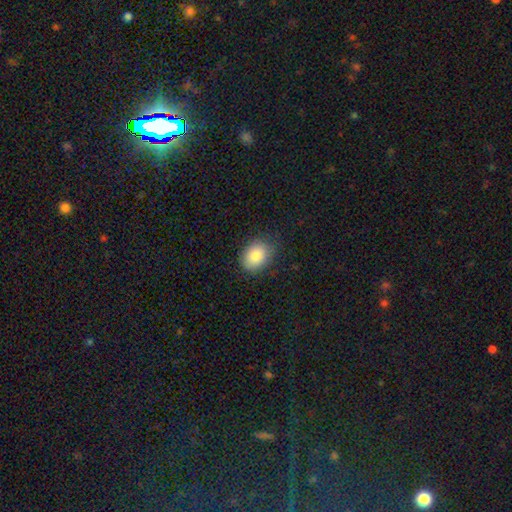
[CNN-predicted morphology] Smooth or featured?
  - smooth: 84% *
  - star or artifact: 8%
  - featured or disk: 8%
How rounded?
  - in between: 62% *
  - round: 37%
  - cigar-shaped: 1%
Merging?
  - none: 80% *
  - minor disturbance: 15%
  - major disturbance: 3%
  - merger: 1%